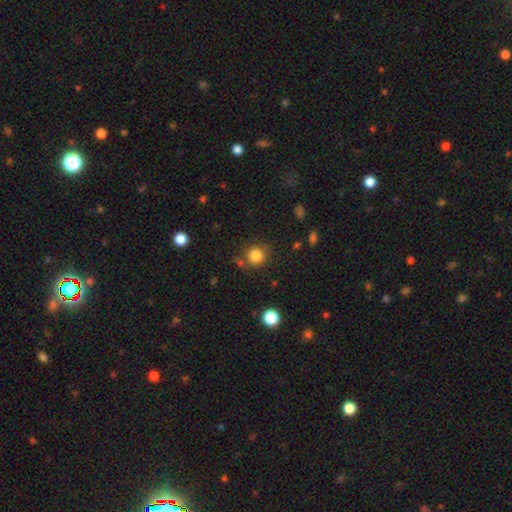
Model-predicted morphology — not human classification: type=smooth (84%); roundness=round (91%); merging=none (81%).